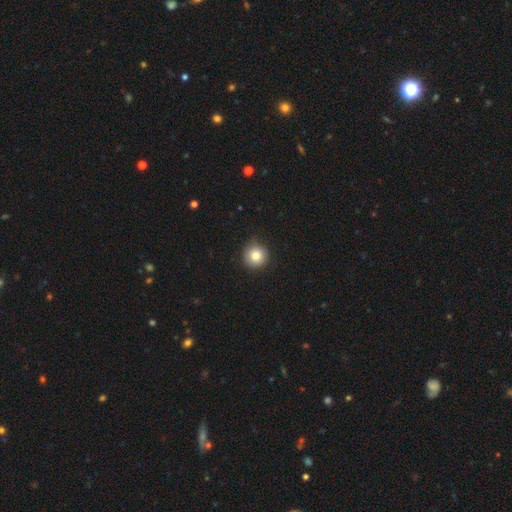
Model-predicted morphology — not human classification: Overall: smooth (80%). How rounded: round (95%). Merging: none (87%).